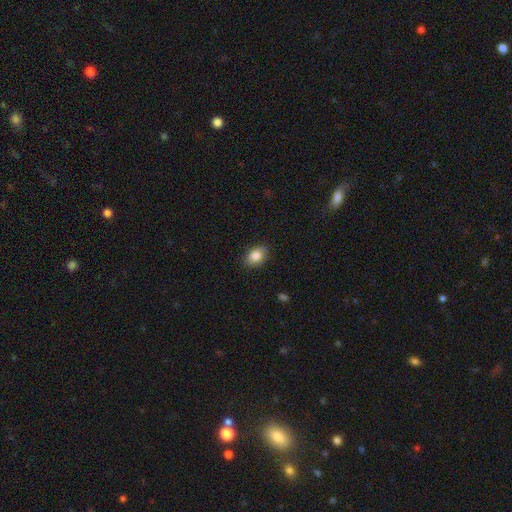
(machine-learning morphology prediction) Overall: smooth (85%). How rounded: in between (78%). Merging: none (87%).